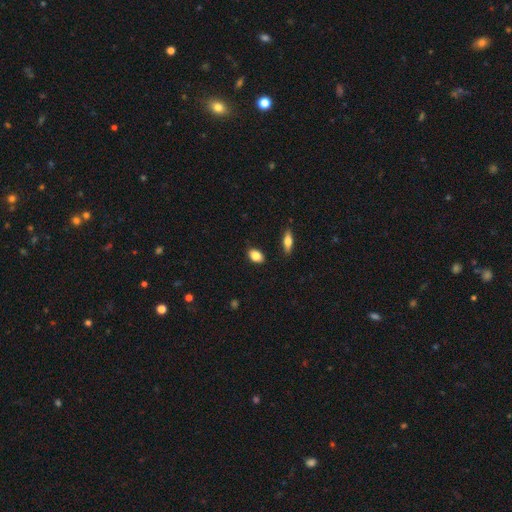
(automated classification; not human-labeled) Smooth or featured: smooth — 84% (featured or disk — 8%)
How rounded: in between — 84% (round — 12%)
Merging: none — 86% (minor disturbance — 10%)